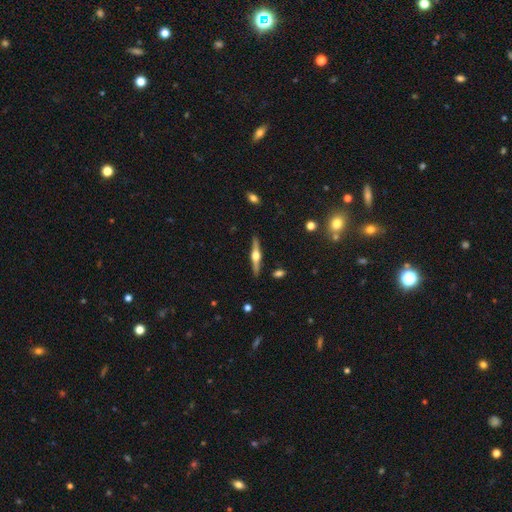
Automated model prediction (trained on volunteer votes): A featured or disk galaxy (76%) viewed edge-on (98%) with a rounded central bulge (95%).

Vote fractions:
- Smooth or featured? featured or disk: 76% / smooth: 18% / star or artifact: 5%
- Edge-on disk? yes: 98% / no: 2%
- Edge-on bulge? rounded: 95% / boxy: 3% / none: 2%
- Merging? none: 90% / minor disturbance: 7% / merger: 2% / major disturbance: 2%